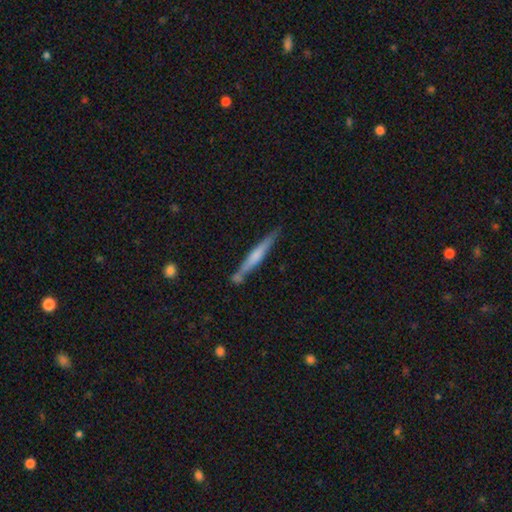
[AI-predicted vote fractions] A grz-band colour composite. It shows a featured or disk galaxy (48%). Merging: none (74%).